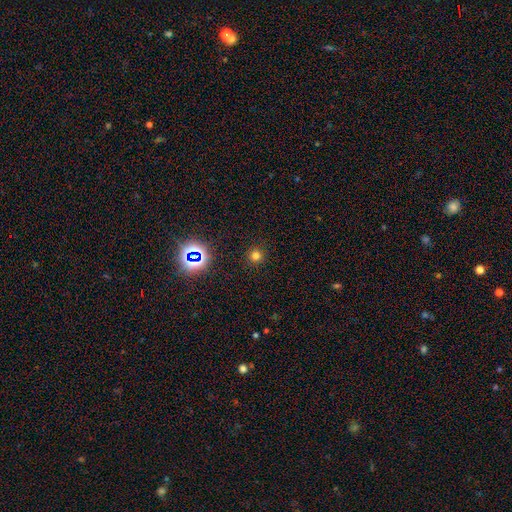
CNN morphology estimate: smooth_or_featured: smooth (p=0.71) [alt: star or artifact p=0.23]
how_rounded: round (p=0.95) [alt: in between p=0.04]
merging: none (p=0.91) [alt: minor disturbance p=0.06]